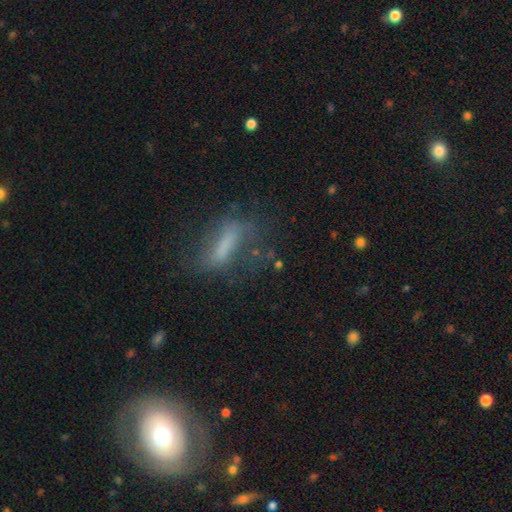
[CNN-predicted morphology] This appears to be a featured or disk galaxy (44%). Merging: none (56%).